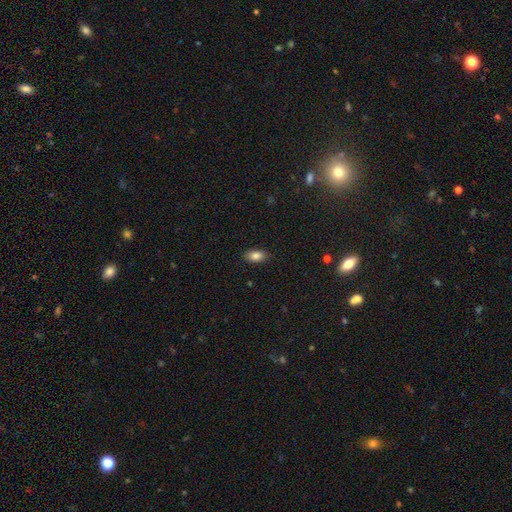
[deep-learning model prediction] This is clearly a smooth galaxy (85%). How rounded: clearly in between (91%). Merging: clearly none (88%).